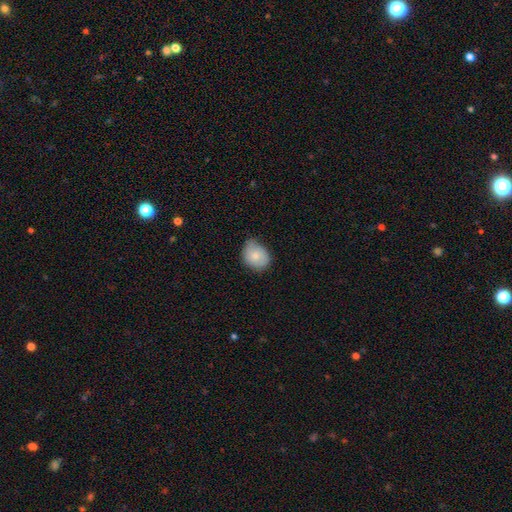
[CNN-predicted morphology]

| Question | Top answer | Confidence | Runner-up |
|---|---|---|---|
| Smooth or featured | smooth | 79% | featured or disk (14%) |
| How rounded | round | 54% | in between (46%) |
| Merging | none | 54% | minor disturbance (38%) |